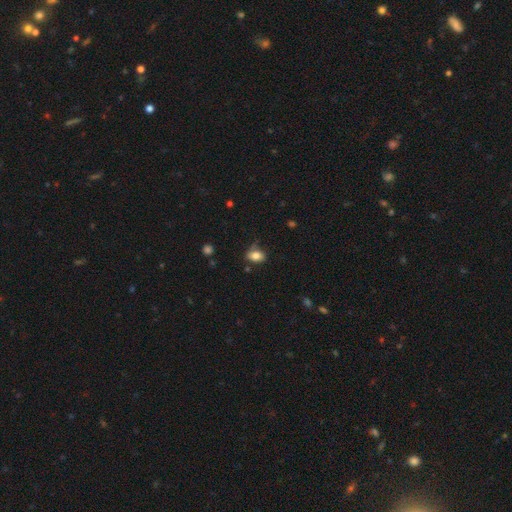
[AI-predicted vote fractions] smooth_or_featured: smooth (p=0.82) [alt: star or artifact p=0.09]
how_rounded: in between (p=0.84) [alt: round p=0.14]
merging: none (p=0.64) [alt: minor disturbance p=0.25]